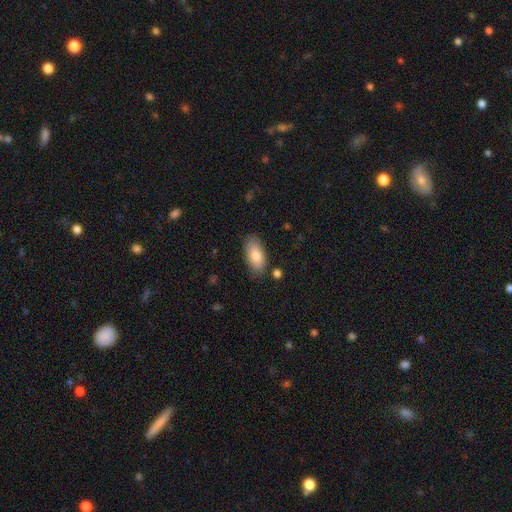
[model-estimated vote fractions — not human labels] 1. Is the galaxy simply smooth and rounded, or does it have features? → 82% smooth, 12% featured or disk, 6% star or artifact.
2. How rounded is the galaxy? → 92% in between, 5% cigar-shaped, 3% round.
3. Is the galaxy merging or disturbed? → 81% none, 14% minor disturbance, 3% major disturbance, 2% merger.